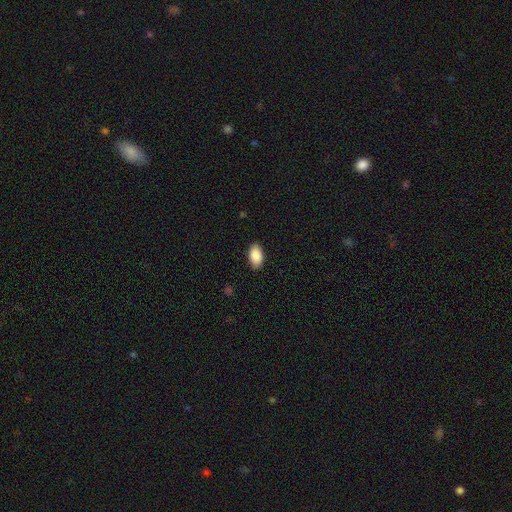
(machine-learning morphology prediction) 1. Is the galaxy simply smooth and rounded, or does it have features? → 89% smooth, 6% star or artifact, 5% featured or disk.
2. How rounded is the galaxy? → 94% in between, 4% round, 2% cigar-shaped.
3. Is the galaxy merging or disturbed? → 89% none, 9% minor disturbance, 2% major disturbance, 1% merger.